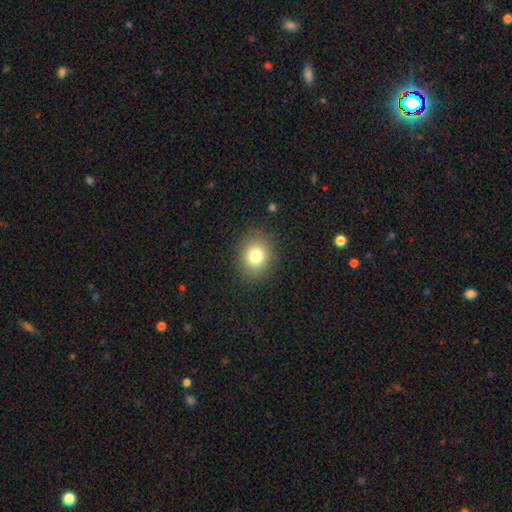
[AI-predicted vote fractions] smooth-or-featured: smooth: 79% | star or artifact: 12% | featured or disk: 9%
  how-rounded: round: 65% | in between: 34% | cigar-shaped: 1%
  merging: none: 87% | minor disturbance: 9% | major disturbance: 3% | merger: 1%